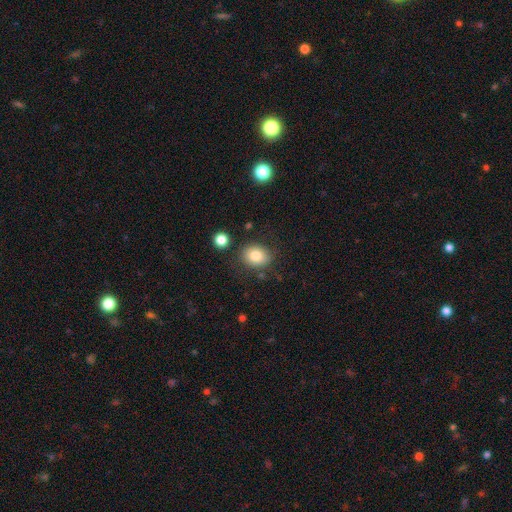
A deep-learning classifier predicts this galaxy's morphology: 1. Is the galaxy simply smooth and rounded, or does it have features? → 81% smooth, 10% star or artifact, 9% featured or disk.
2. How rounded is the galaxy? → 55% round, 45% in between, 1% cigar-shaped.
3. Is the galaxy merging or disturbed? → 81% none, 12% minor disturbance, 4% merger, 4% major disturbance.